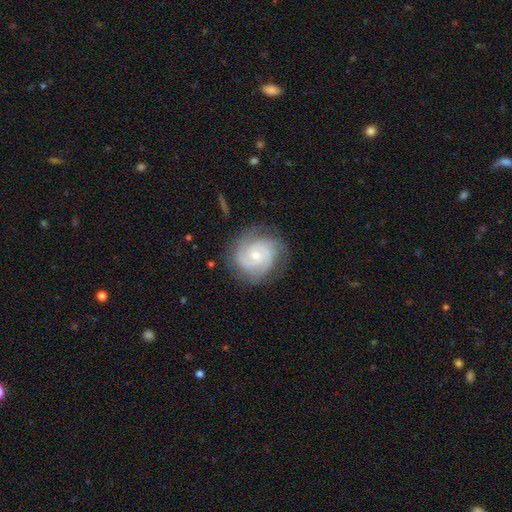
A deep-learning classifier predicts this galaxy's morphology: Smooth or featured: featured or disk — 87% (smooth — 8%)
Edge-on disk: no — 98% (yes — 2%)
Bar: no — 70% (weak — 25%)
Spiral arms: yes — 98% (no — 2%)
Spiral winding: tight — 71% (medium — 25%)
Spiral arm count: 3 — 40% (2 — 23%)
Bulge size: small — 66% (moderate — 31%)
Merging: none — 79% (minor disturbance — 14%)